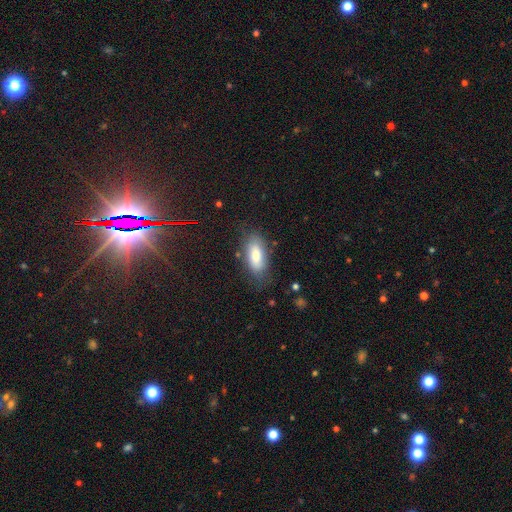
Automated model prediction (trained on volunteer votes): smooth 79%, featured or disk 14%, star or artifact 8%. Down the decision tree: how rounded — in between (84%); merging — none (74%).